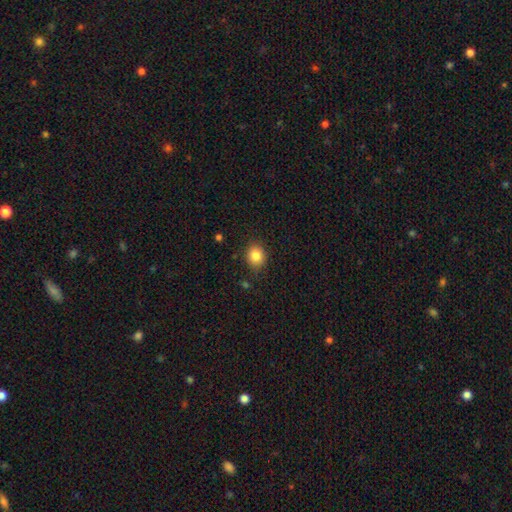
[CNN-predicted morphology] smooth-or-featured: smooth: 84% | star or artifact: 10% | featured or disk: 6%
  how-rounded: round: 65% | in between: 34% | cigar-shaped: 1%
  merging: none: 85% | minor disturbance: 11% | major disturbance: 3% | merger: 2%